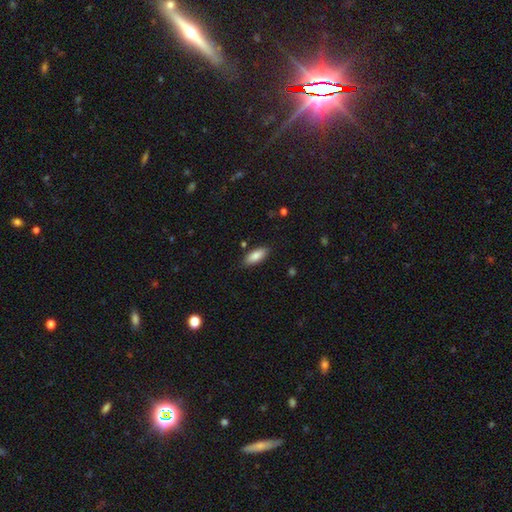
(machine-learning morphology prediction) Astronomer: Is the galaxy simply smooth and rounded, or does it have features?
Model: smooth — 86%.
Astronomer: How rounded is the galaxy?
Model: in between — 84%.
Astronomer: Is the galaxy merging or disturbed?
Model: none — 85%.